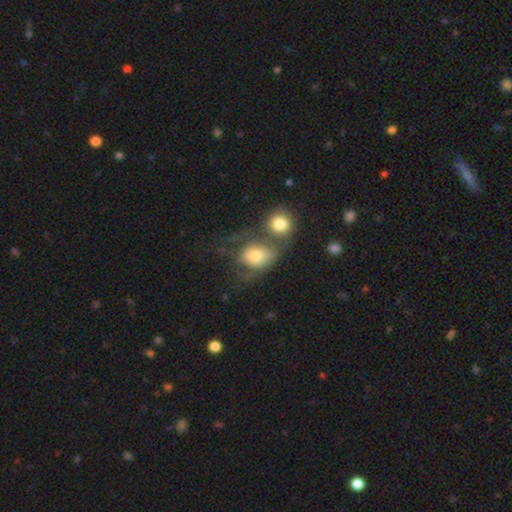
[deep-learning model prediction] Smooth or featured? Predicted: smooth (p=0.68). How rounded? Predicted: in between (p=0.55). Merging? Predicted: merger (p=0.45).